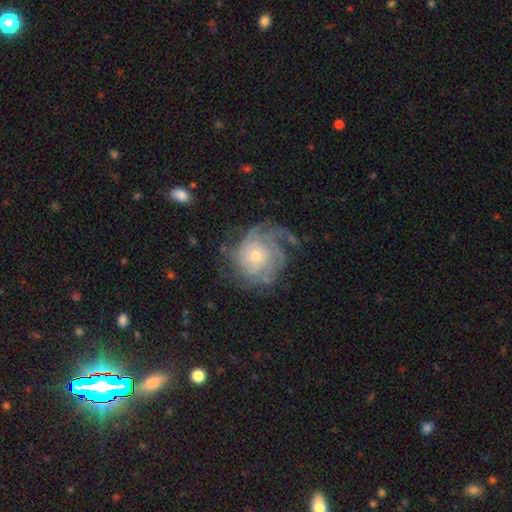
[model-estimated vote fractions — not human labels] A featured or disk galaxy (83%) with no bar (80%), tight (66%) spiral arms (96%) and a small central bulge (67%).

Vote fractions:
- Smooth or featured? featured or disk: 83% / smooth: 9% / star or artifact: 7%
- Edge-on disk? no: 97% / yes: 3%
- Bar? no: 80% / weak: 17% / strong: 3%
- Spiral arms? yes: 96% / no: 4%
- Spiral winding? tight: 66% / medium: 26% / loose: 8%
- Spiral arm count? can't tell: 28% / 4: 25% / more than 4: 15% / 3: 15% / 2: 9% / 1: 6%
- Bulge size? small: 67% / moderate: 29% / large: 2% / none: 1% / dominant: 1%
- Merging? none: 67% / minor disturbance: 18% / major disturbance: 13% / merger: 2%